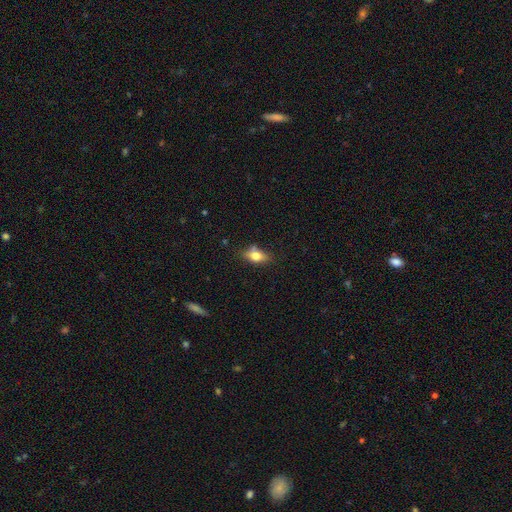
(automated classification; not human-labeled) Smooth or featured: smooth — 65% (featured or disk — 26%)
How rounded: in between — 77% (cigar-shaped — 13%)
Merging: none — 68% (minor disturbance — 19%)